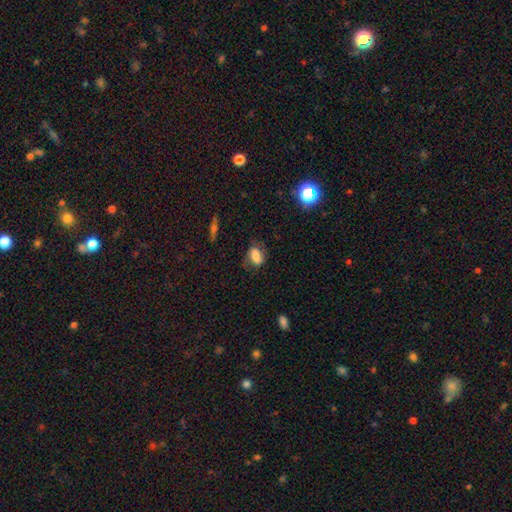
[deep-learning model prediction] This appears to be a smooth galaxy with no disk features (63%) that is in between round and cigar-shaped (84%). Merging: none (60%).